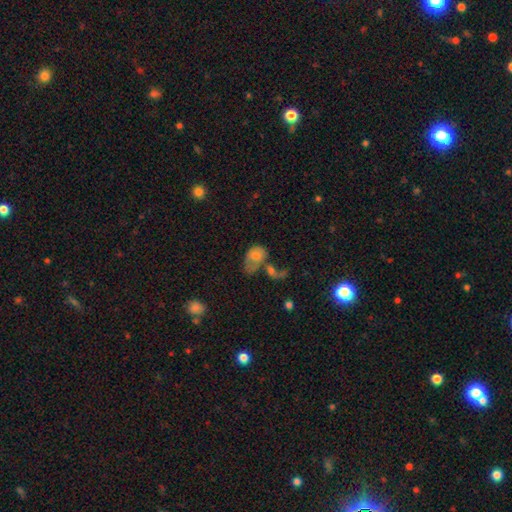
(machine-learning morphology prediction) A smooth galaxy with no disk features (68%) that is in between round and cigar-shaped (78%).

Vote fractions:
- Smooth or featured? smooth: 68% / featured or disk: 23% / star or artifact: 9%
- How rounded? in between: 78% / round: 21% / cigar-shaped: 2%
- Merging? merger: 44% / major disturbance: 21% / none: 20% / minor disturbance: 16%